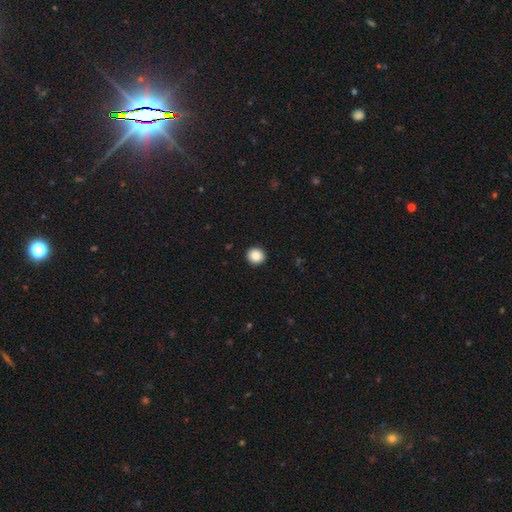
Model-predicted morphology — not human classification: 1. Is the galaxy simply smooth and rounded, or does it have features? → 87% smooth, 9% star or artifact, 4% featured or disk.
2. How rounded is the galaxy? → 90% round, 9% in between, 1% cigar-shaped.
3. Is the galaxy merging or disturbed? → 93% none, 5% minor disturbance, 2% major disturbance, 1% merger.